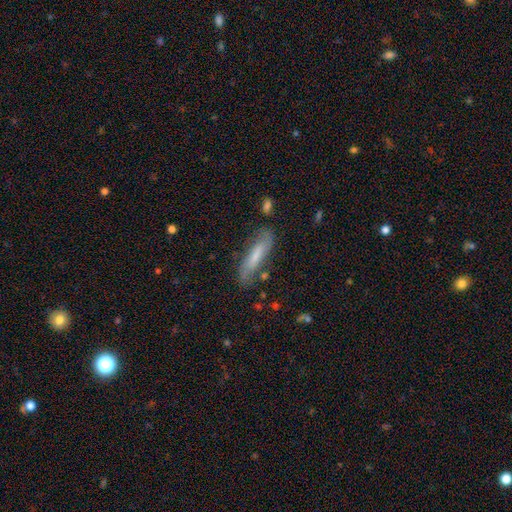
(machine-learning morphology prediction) Q: Smooth or featured?
A: smooth (53%); runner-up: featured or disk (39%)
Q: How rounded?
A: cigar-shaped (78%); runner-up: in between (20%)
Q: Merging?
A: none (72%); runner-up: minor disturbance (19%)